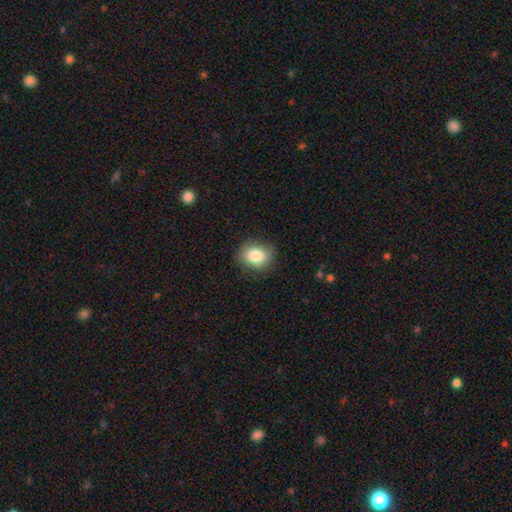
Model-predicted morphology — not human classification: Overall: smooth (84%). How rounded: in between (55%; round 44%). Merging: none (83%).